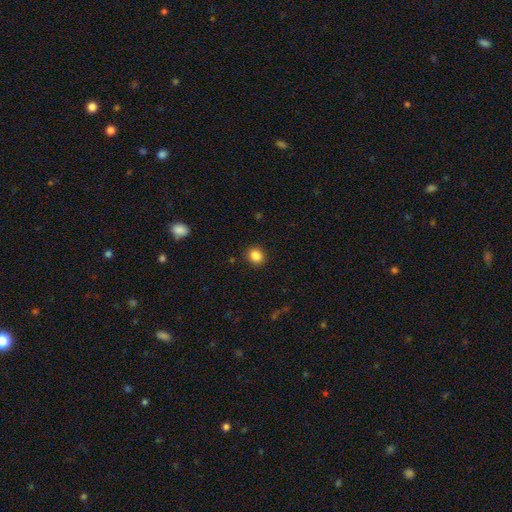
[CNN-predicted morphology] smooth-or-featured: smooth: 86% | star or artifact: 10% | featured or disk: 4%
  how-rounded: round: 73% | in between: 26% | cigar-shaped: 1%
  merging: none: 89% | minor disturbance: 7% | major disturbance: 2% | merger: 1%